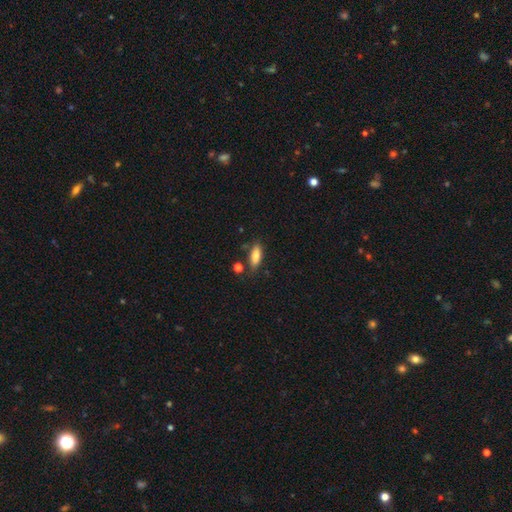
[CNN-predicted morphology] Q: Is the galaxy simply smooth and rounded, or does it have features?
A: smooth — 80%.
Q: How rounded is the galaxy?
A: in between — 72%.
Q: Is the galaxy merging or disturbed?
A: none — 74%.